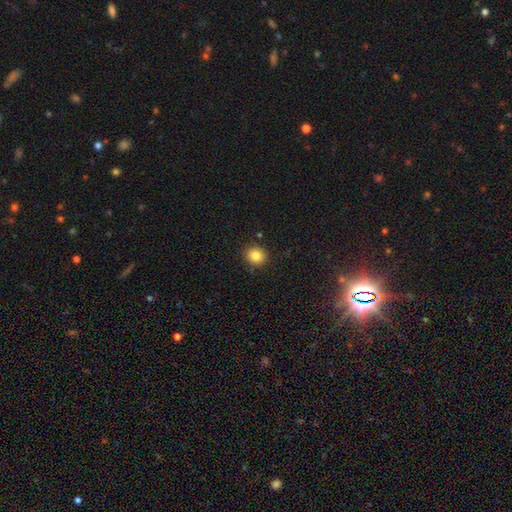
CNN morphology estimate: A smooth galaxy with no disk features (84%) that is round (84%). Merging: none (89%).